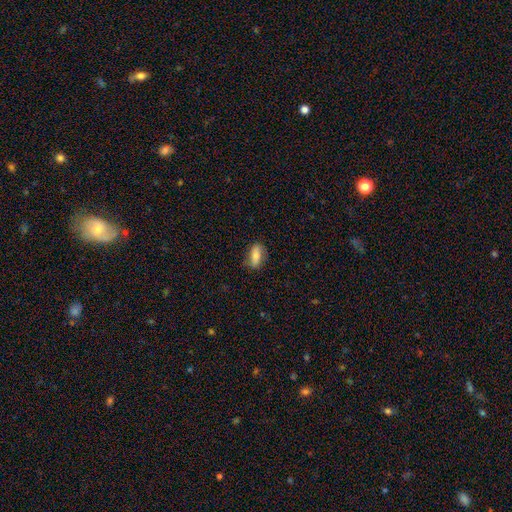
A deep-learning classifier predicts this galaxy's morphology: Overall: smooth (78%). How rounded: in between (80%). Merging: none (79%).